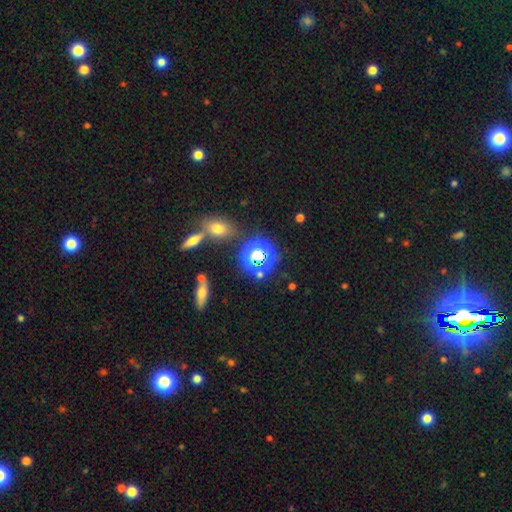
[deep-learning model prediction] This is possibly a star or artifact rather than a galaxy (52%).